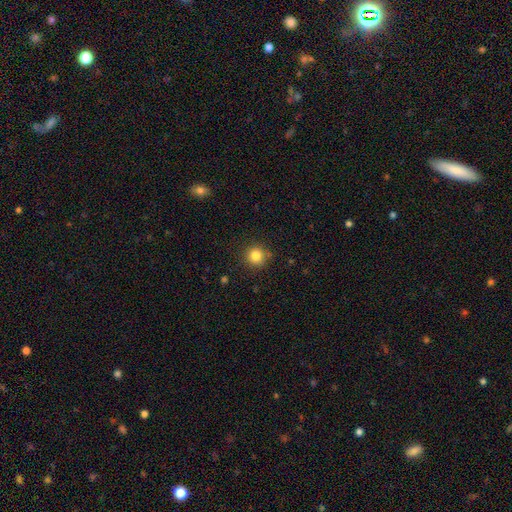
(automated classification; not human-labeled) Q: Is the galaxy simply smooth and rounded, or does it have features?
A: smooth — 83%.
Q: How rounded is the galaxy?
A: round — 94%.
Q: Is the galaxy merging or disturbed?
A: none — 87%.